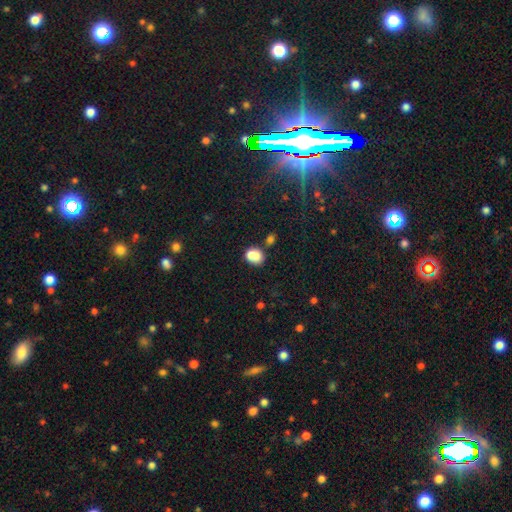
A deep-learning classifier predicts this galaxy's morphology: Smooth or featured: smooth — 78% (featured or disk — 12%)
How rounded: round — 50% (in between — 49%)
Merging: none — 41% (merger — 36%)